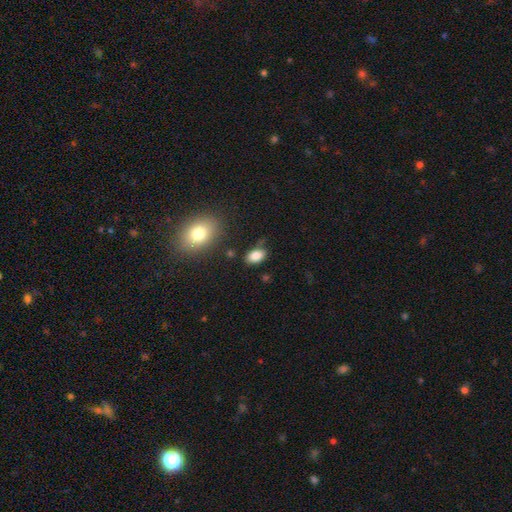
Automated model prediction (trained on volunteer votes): A smooth galaxy with no disk features (85%) that is in between round and cigar-shaped (89%). Merging: none (75%).